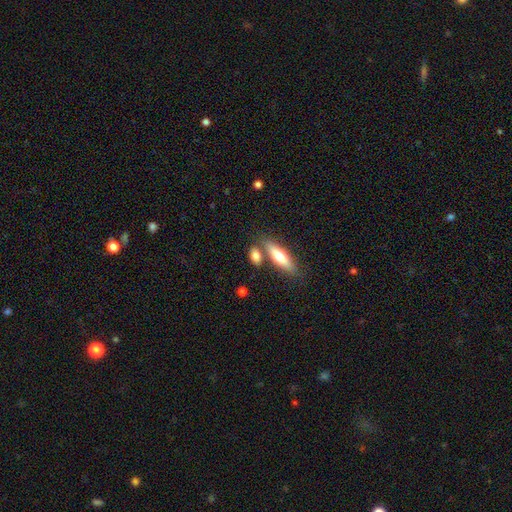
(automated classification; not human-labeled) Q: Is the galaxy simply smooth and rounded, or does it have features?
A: smooth — 74%.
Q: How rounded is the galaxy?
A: in between — 62%.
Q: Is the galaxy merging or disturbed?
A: none — 62%.